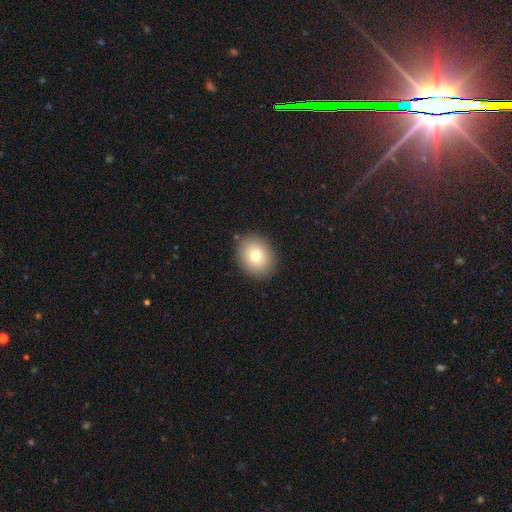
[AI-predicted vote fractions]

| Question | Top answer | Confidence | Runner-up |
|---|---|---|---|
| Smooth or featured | smooth | 77% | featured or disk (12%) |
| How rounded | round | 56% | in between (43%) |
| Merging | none | 88% | minor disturbance (8%) |